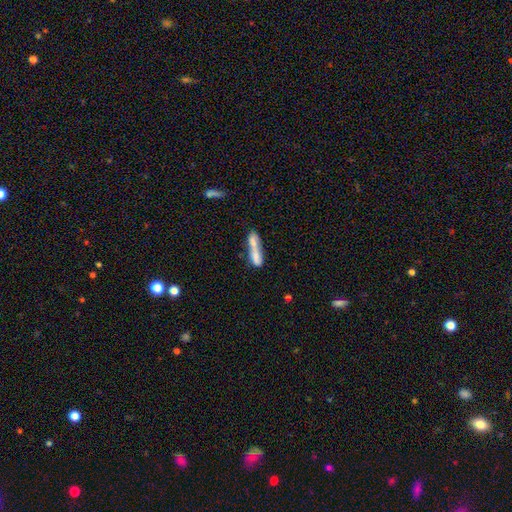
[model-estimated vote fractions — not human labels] smooth 66%, featured or disk 26%, star or artifact 8%. Down the decision tree: how rounded — cigar-shaped (62%); merging — merger (53%).